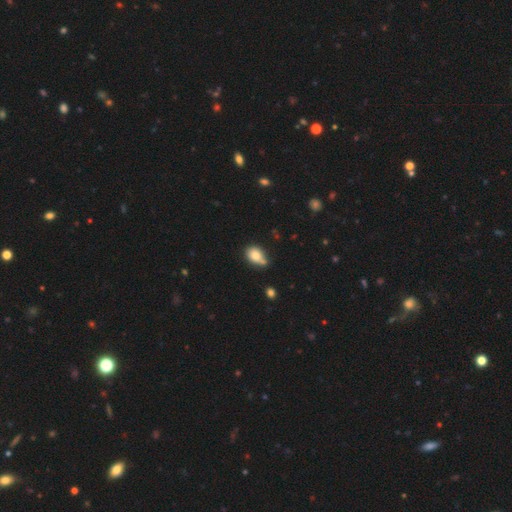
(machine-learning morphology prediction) Smooth or featured?
  - smooth: 80% *
  - featured or disk: 11%
  - star or artifact: 9%
How rounded?
  - in between: 69% *
  - round: 29%
  - cigar-shaped: 2%
Merging?
  - none: 46% *
  - minor disturbance: 28%
  - merger: 18%
  - major disturbance: 7%